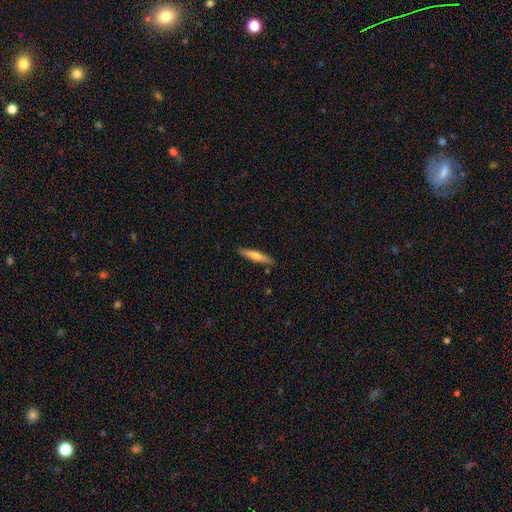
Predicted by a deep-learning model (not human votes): A smooth galaxy with no disk features (58%) that is cigar-shaped (86%). Merging: none (88%).